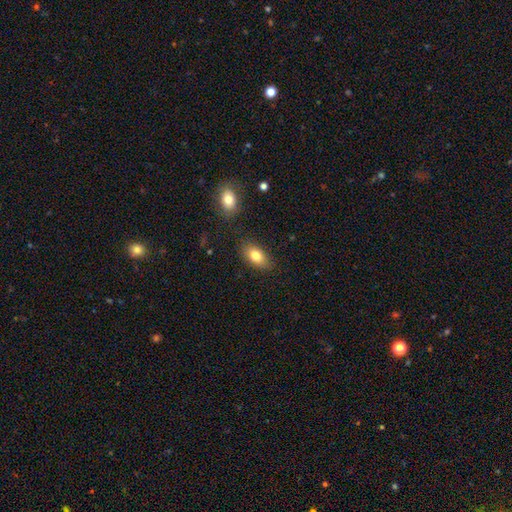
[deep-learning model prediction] Smooth or featured?
  - smooth: 81% *
  - featured or disk: 11%
  - star or artifact: 8%
How rounded?
  - in between: 89% *
  - round: 7%
  - cigar-shaped: 3%
Merging?
  - none: 82% *
  - minor disturbance: 12%
  - major disturbance: 3%
  - merger: 3%